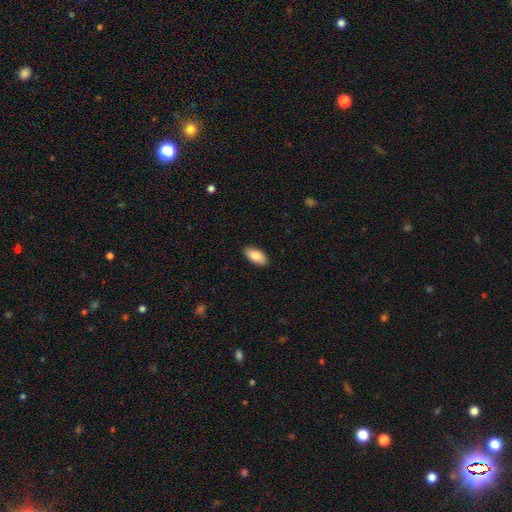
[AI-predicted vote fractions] A smooth galaxy with no disk features (87%) that is in between round and cigar-shaped (92%).

Vote fractions:
- Smooth or featured? smooth: 87% / featured or disk: 7% / star or artifact: 6%
- How rounded? in between: 92% / cigar-shaped: 6% / round: 2%
- Merging? none: 89% / minor disturbance: 8% / major disturbance: 2% / merger: 1%